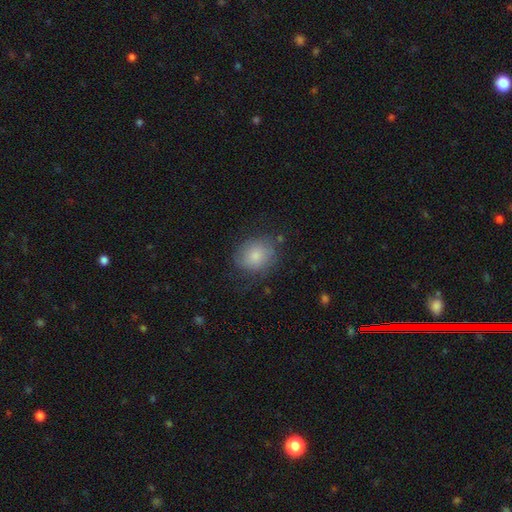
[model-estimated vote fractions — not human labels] Morphology: type=smooth (75%); roundness=round (59%); merging=none (63%).